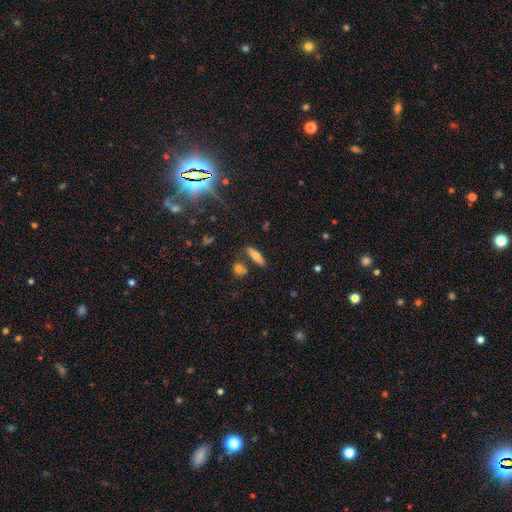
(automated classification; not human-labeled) Smooth or featured: smooth — 64% (featured or disk — 27%)
How rounded: cigar-shaped — 52% (in between — 44%)
Merging: none — 75% (minor disturbance — 12%)